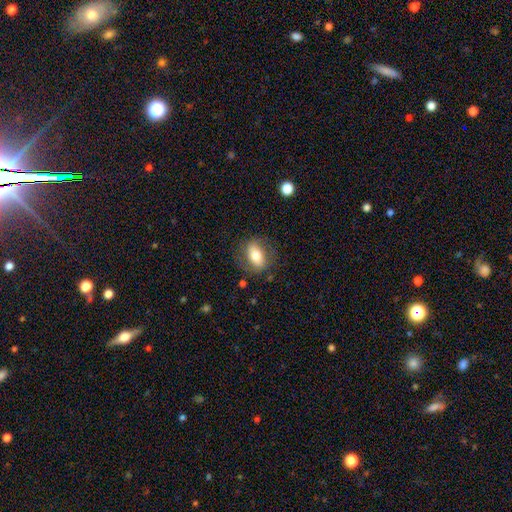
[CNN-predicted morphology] The model was most divided on "smooth or featured": smooth: 63%, featured or disk: 30%, star or artifact: 7%. More confident: how rounded — in between (82%); merging — none (76%).